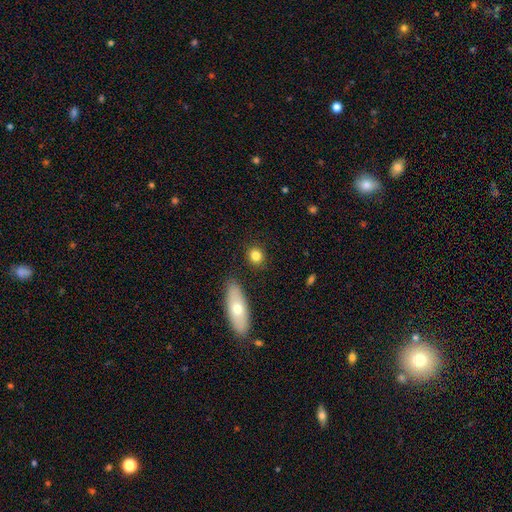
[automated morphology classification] Smooth or featured? Predicted: smooth (p=0.82). How rounded? Predicted: round (p=0.77). Merging? Predicted: none (p=0.87).